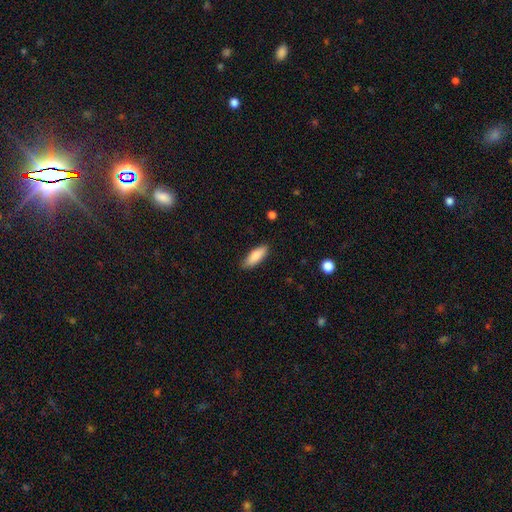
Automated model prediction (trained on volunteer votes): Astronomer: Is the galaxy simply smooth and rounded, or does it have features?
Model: smooth — 83%.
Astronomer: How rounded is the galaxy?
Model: in between — 61% (runner-up: cigar-shaped, 37%).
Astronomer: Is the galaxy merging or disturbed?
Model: none — 86%.